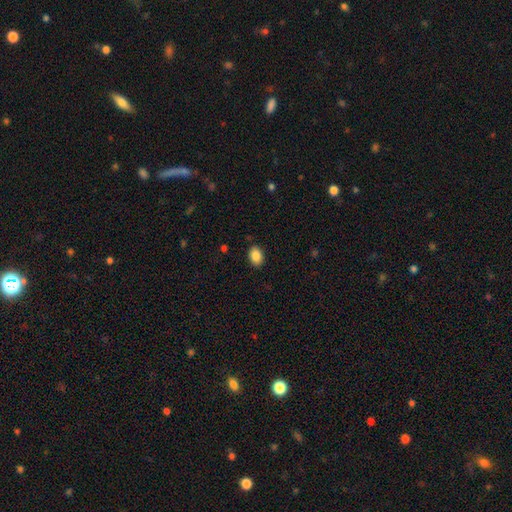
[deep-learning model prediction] smooth 88%, star or artifact 8%, featured or disk 4%. Down the decision tree: how rounded — in between (80%); merging — none (89%).